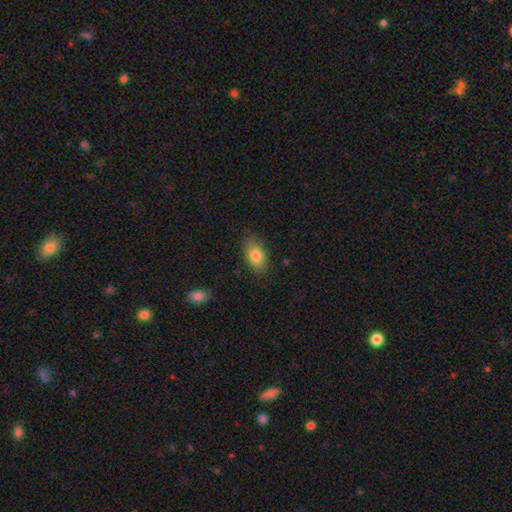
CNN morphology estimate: The model was most divided on "merging": none: 81%, minor disturbance: 14%, major disturbance: 3%, merger: 1%. More confident: how rounded — in between (89%); smooth or featured — smooth (81%).